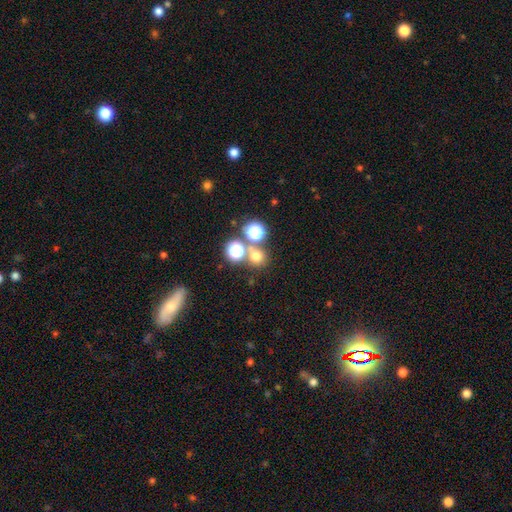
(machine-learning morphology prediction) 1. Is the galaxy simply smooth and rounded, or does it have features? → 65% smooth, 26% star or artifact, 8% featured or disk.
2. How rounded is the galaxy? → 88% round, 11% in between, 1% cigar-shaped.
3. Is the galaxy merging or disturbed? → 63% none, 26% merger, 7% minor disturbance, 4% major disturbance.